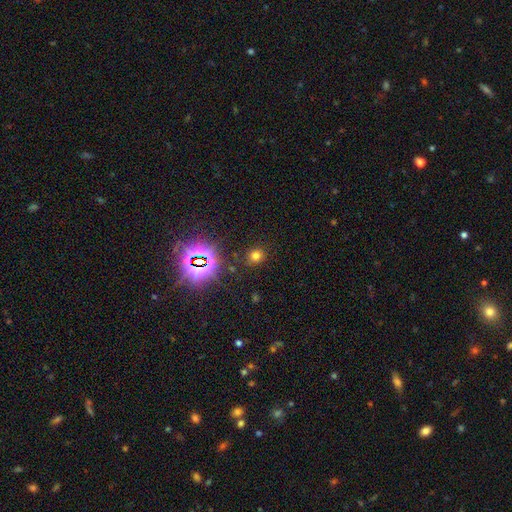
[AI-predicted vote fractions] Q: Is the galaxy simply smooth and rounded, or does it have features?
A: smooth — 65%.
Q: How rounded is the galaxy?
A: round — 77%.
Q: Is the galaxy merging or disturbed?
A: none — 85%.